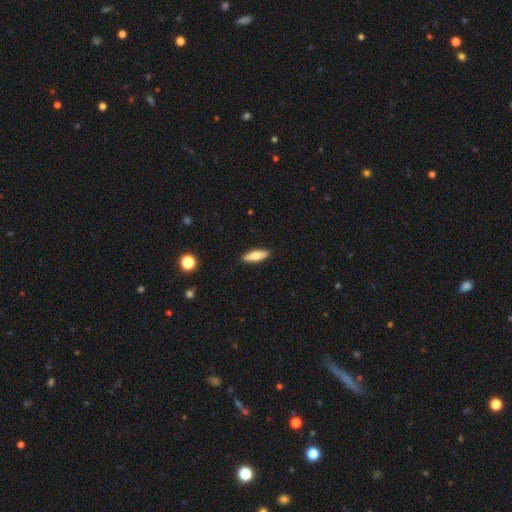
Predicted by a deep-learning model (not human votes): Morphology: type=smooth (65%); roundness=cigar-shaped (60%); merging=none (91%).